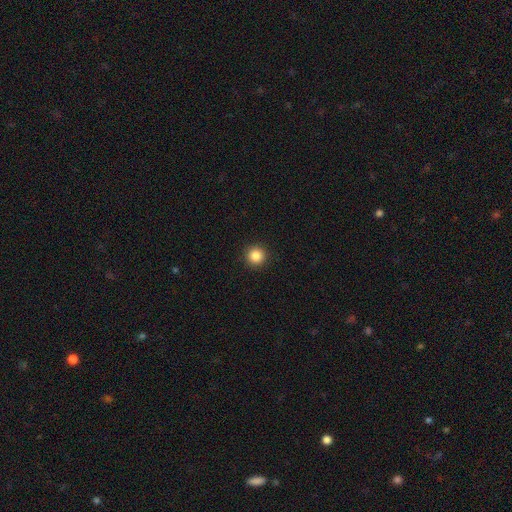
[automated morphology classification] This appears to be a smooth galaxy with no disk features (86%) that is round (96%). Merging: none (93%).